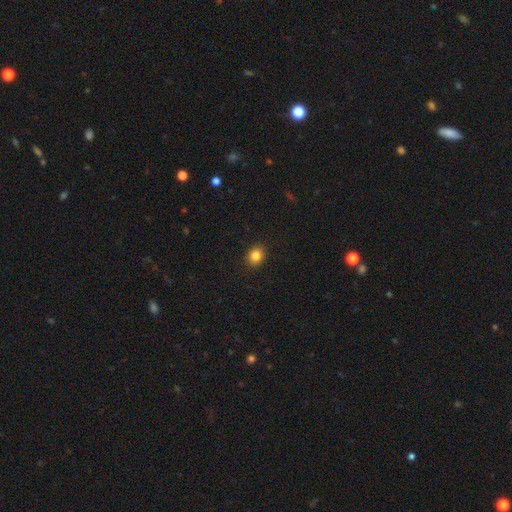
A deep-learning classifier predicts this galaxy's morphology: Smooth or featured? smooth (85%)
How rounded? round (67%)
Merging? none (91%)